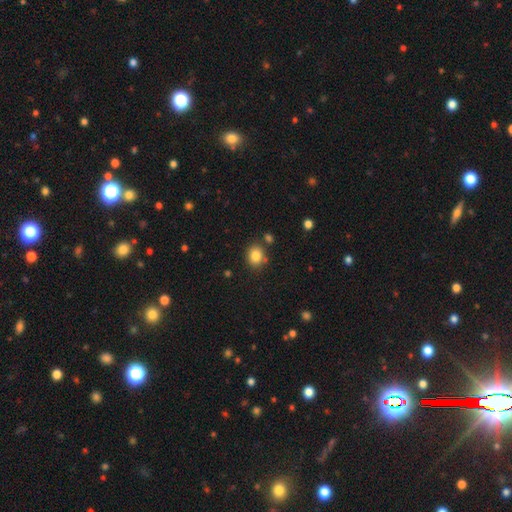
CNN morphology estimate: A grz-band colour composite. It shows a smooth galaxy with no disk features (84%) that is round (63%). Merging: none (78%).